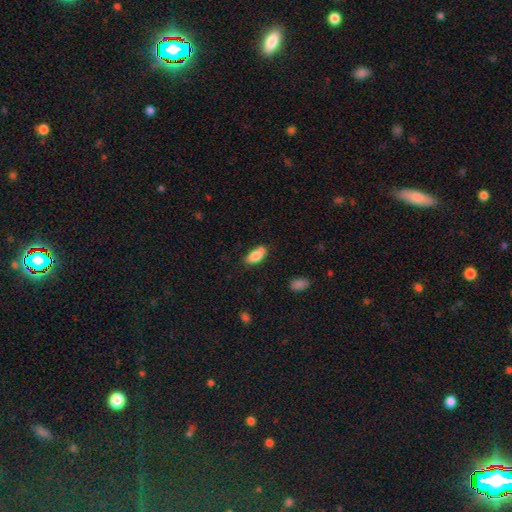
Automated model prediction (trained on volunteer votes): Smooth or featured: smooth — 80% (featured or disk — 12%)
How rounded: in between — 88% (cigar-shaped — 8%)
Merging: none — 53% (minor disturbance — 24%)